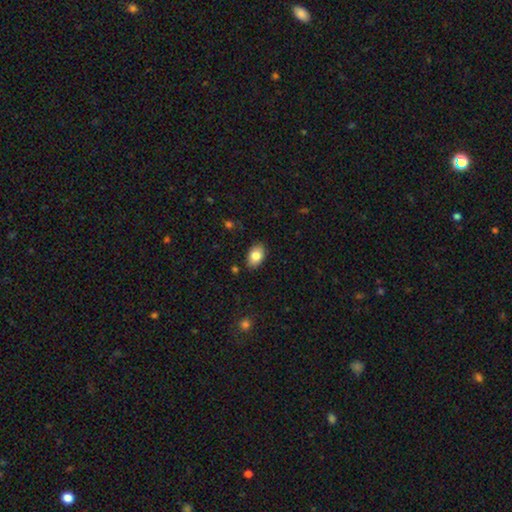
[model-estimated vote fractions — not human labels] This is clearly a smooth galaxy (83%). How rounded: clearly in between (88%). Merging: clearly none (86%).